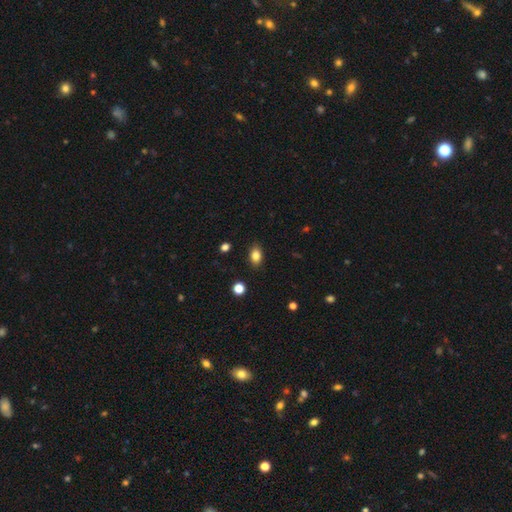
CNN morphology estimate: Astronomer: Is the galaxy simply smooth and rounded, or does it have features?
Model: smooth — 84%.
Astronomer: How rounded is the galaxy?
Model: in between — 84%.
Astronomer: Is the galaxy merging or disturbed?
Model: none — 87%.